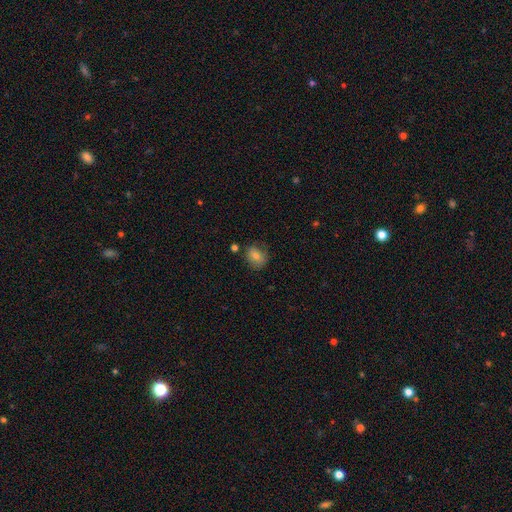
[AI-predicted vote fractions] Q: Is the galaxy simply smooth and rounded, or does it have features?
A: smooth — 74%.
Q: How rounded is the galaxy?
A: round — 63%.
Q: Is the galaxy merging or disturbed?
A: none — 73%.